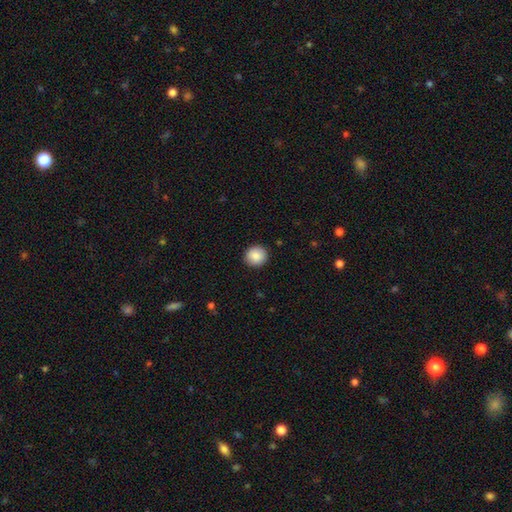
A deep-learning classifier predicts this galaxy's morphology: A smooth galaxy with no disk features (88%) that is round (90%).

Vote fractions:
- Smooth or featured? smooth: 88% / star or artifact: 8% / featured or disk: 4%
- How rounded? round: 90% / in between: 9% / cigar-shaped: 1%
- Merging? none: 92% / minor disturbance: 6% / major disturbance: 2% / merger: 1%